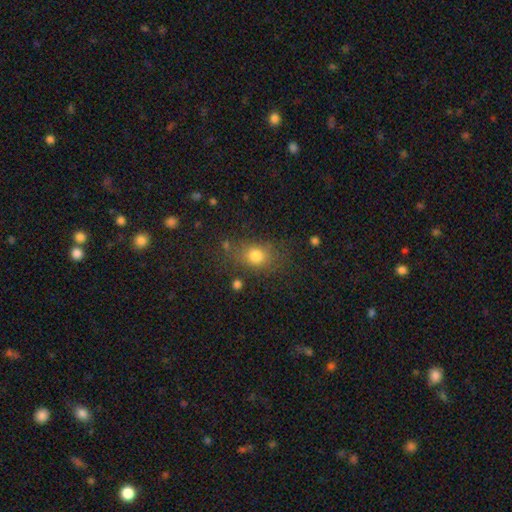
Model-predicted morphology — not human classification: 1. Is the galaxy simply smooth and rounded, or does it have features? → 77% smooth, 14% star or artifact, 10% featured or disk.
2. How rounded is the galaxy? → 54% in between, 43% round, 3% cigar-shaped.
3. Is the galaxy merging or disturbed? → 72% none, 17% minor disturbance, 7% major disturbance, 4% merger.